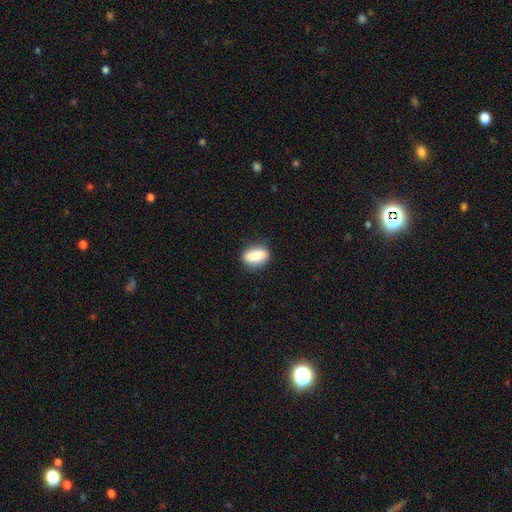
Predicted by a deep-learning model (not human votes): smooth-or-featured: smooth: 82% | featured or disk: 11% | star or artifact: 7%
  how-rounded: in between: 77% | round: 12% | cigar-shaped: 11%
  merging: none: 84% | minor disturbance: 12% | major disturbance: 3% | merger: 1%